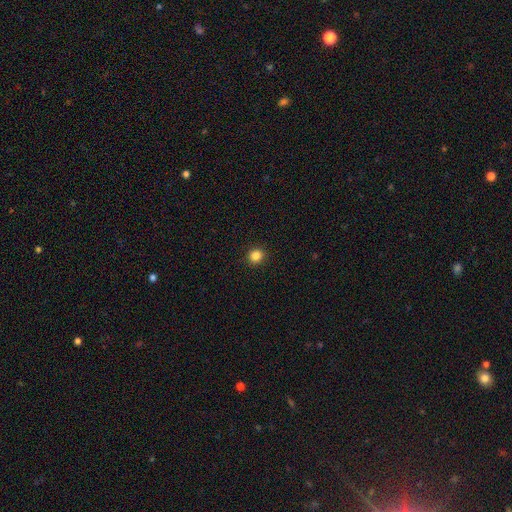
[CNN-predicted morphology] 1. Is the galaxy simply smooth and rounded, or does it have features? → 85% smooth, 12% star or artifact, 4% featured or disk.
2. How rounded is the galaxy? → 89% round, 10% in between, 1% cigar-shaped.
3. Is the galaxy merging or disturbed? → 92% none, 5% minor disturbance, 2% major disturbance, 1% merger.